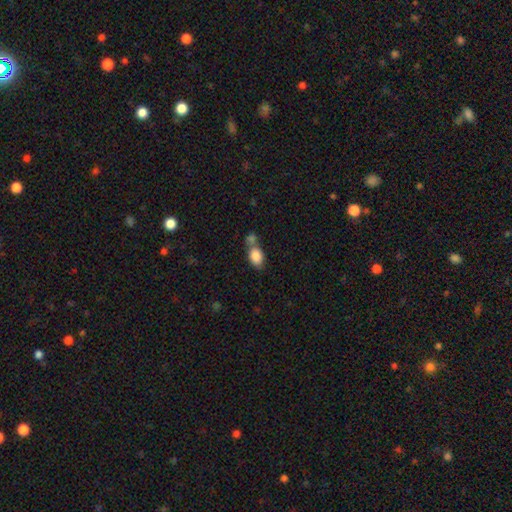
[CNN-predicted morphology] The model was most divided on "merging": merger: 43%, none: 39%, minor disturbance: 13%, major disturbance: 5%. More confident: smooth or featured — smooth (85%); how rounded — in between (81%).